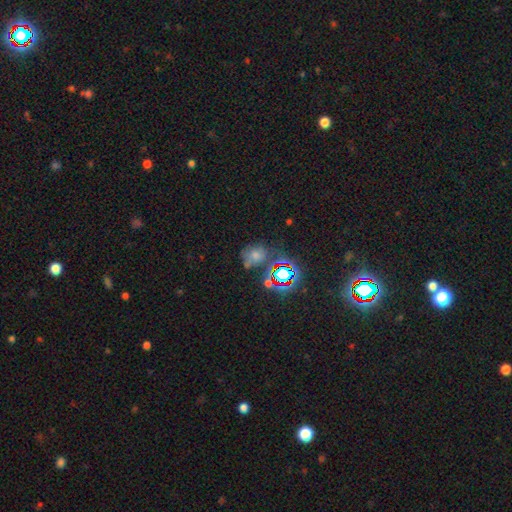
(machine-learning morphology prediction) A smooth galaxy with no disk features (46%).

Vote fractions:
- Smooth or featured? smooth: 46% / star or artifact: 37% / featured or disk: 17%
- Merging? none: 47% / minor disturbance: 23% / major disturbance: 17% / merger: 14%